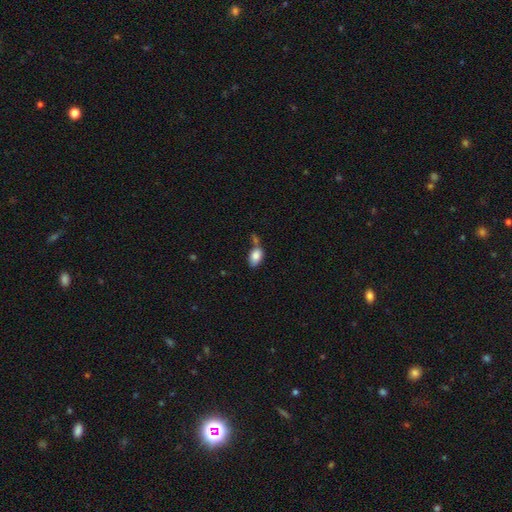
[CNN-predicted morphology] A smooth galaxy with no disk features (83%) that is in between round and cigar-shaped (89%).

Vote fractions:
- Smooth or featured? smooth: 83% / featured or disk: 9% / star or artifact: 8%
- How rounded? in between: 89% / round: 9% / cigar-shaped: 2%
- Merging? none: 46% / merger: 26% / minor disturbance: 20% / major disturbance: 7%